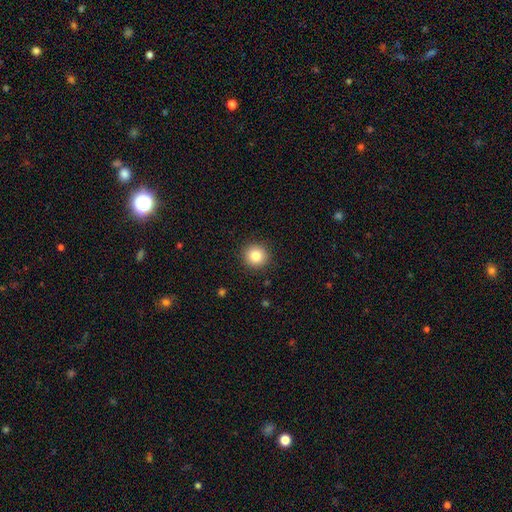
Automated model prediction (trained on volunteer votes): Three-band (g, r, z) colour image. It shows a smooth galaxy with no disk features (83%) that is round (94%). Merging: none (91%).